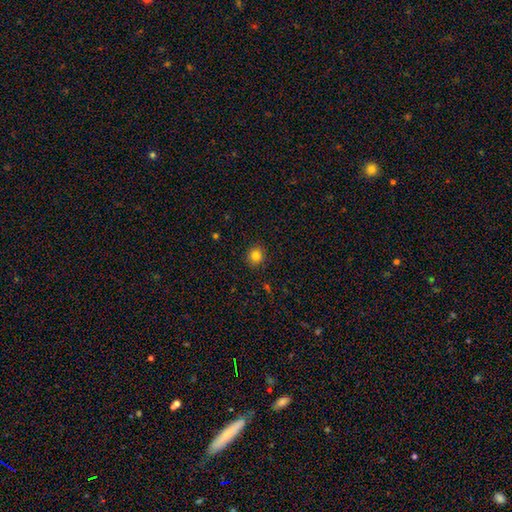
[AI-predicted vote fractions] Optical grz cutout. It shows a smooth galaxy with no disk features (82%) that is round (91%). Merging: none (91%).